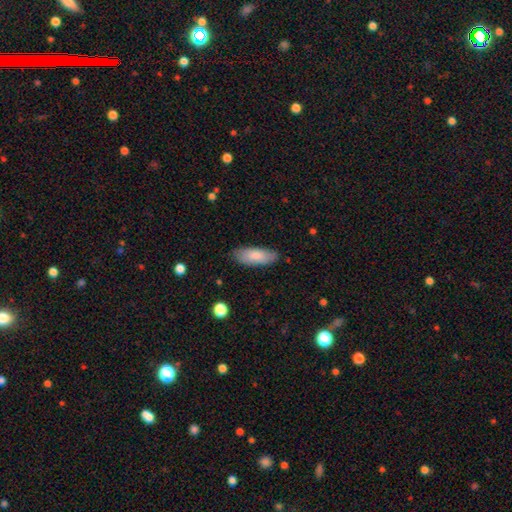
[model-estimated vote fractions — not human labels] The model was most divided on "how rounded": in between: 71%, cigar-shaped: 28%, round: 2%. More confident: merging — none (84%); smooth or featured — smooth (83%).